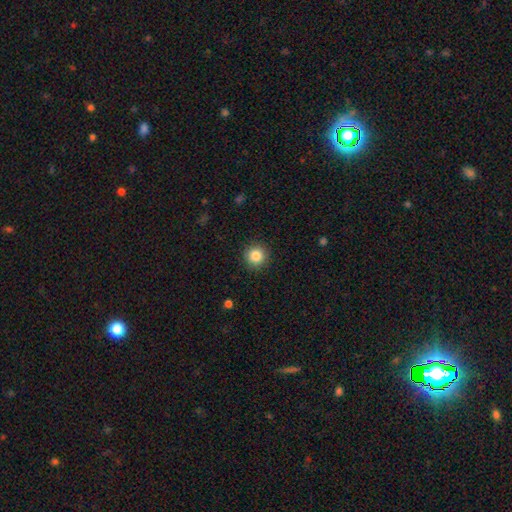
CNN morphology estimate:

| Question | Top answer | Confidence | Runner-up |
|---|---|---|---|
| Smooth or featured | smooth | 86% | star or artifact (10%) |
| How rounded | round | 94% | in between (5%) |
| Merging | none | 91% | minor disturbance (6%) |